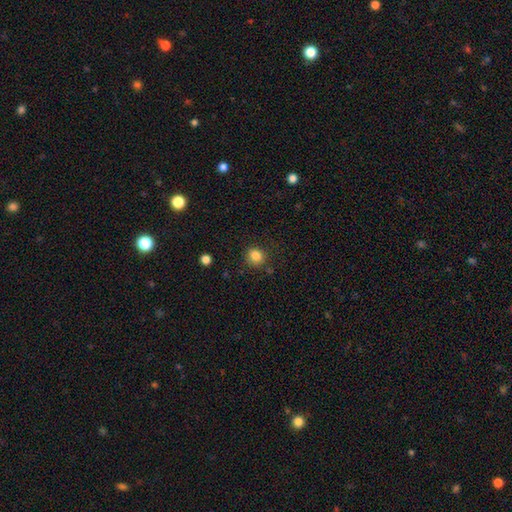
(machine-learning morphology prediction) A smooth galaxy with no disk features (84%) that is round (82%). Merging: none (84%).